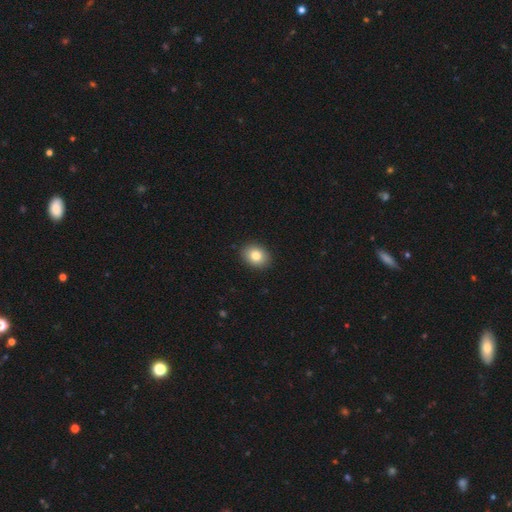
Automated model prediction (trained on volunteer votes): This is clearly a smooth galaxy (82%). How rounded: possibly in between (56%). Merging: clearly none (91%).